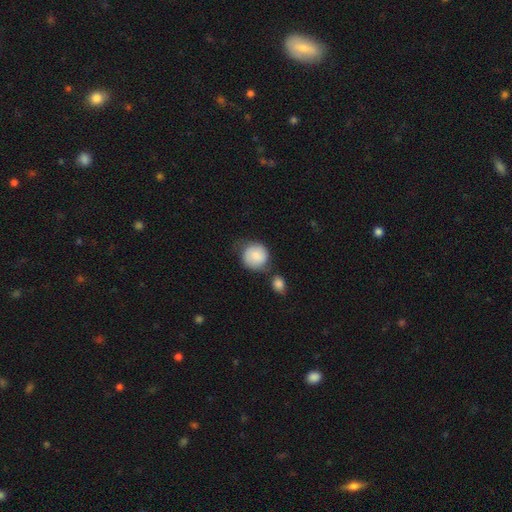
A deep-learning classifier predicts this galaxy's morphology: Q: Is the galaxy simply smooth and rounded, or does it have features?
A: smooth — 81%.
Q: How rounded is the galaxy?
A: round — 88%.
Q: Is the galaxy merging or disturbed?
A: none — 54%.